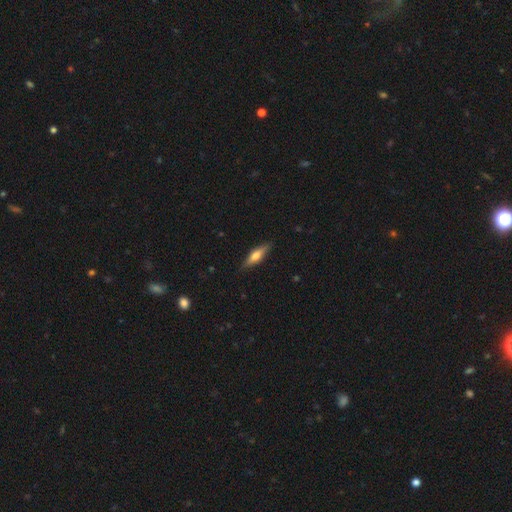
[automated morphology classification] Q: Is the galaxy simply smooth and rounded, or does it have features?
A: smooth — 50%.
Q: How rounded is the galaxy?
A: cigar-shaped — 61%.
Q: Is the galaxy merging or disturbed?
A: none — 86%.